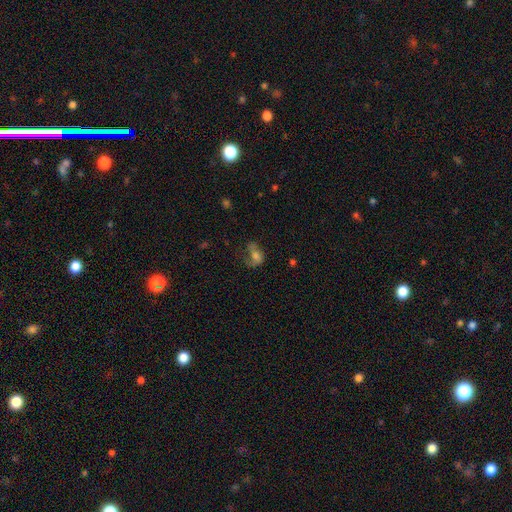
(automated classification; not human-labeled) This is possibly a smooth galaxy (46%). Merging: marginally major disturbance (41%).